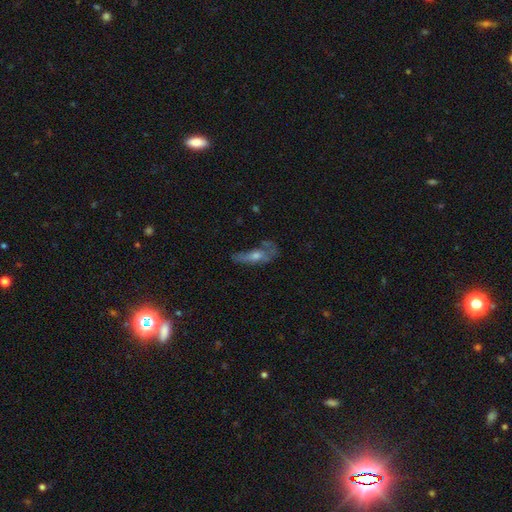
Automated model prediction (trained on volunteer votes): Smooth or featured?
  - featured or disk: 49% *
  - smooth: 38%
  - star or artifact: 13%
Merging?
  - none: 36% *
  - major disturbance: 34%
  - minor disturbance: 25%
  - merger: 6%